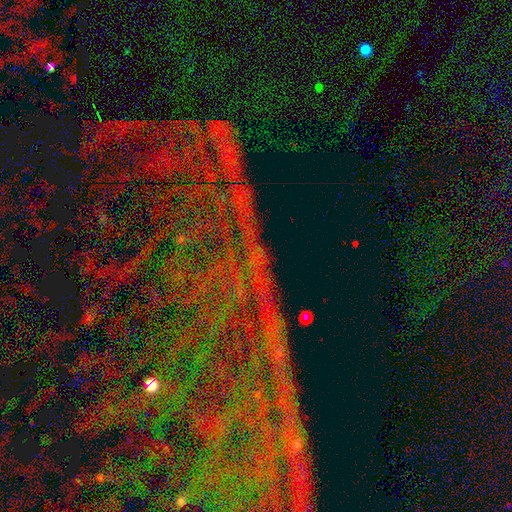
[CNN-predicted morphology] The model was most divided on "smooth or featured": star or artifact: 80%, featured or disk: 11%, smooth: 8%.